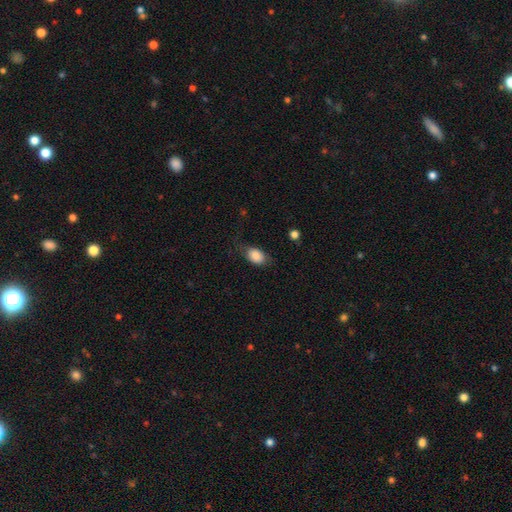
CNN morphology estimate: A smooth galaxy with no disk features (85%) that is in between round and cigar-shaped (83%).

Vote fractions:
- Smooth or featured? smooth: 85% / featured or disk: 8% / star or artifact: 7%
- How rounded? in between: 83% / round: 16% / cigar-shaped: 2%
- Merging? none: 62% / minor disturbance: 26% / major disturbance: 11% / merger: 2%